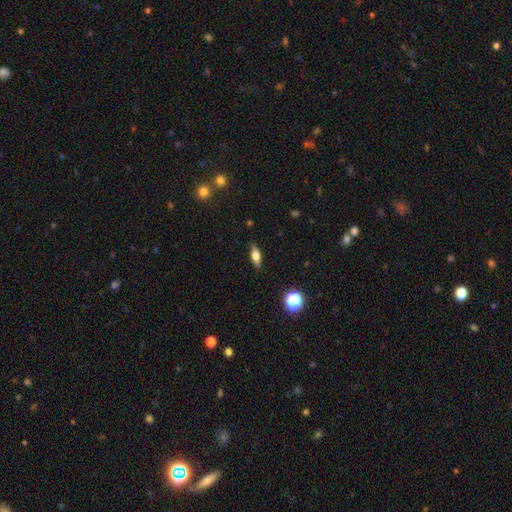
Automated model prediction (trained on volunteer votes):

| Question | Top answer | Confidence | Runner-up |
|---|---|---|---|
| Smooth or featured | smooth | 58% | featured or disk (33%) |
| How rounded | in between | 61% | cigar-shaped (33%) |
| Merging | none | 85% | minor disturbance (11%) |